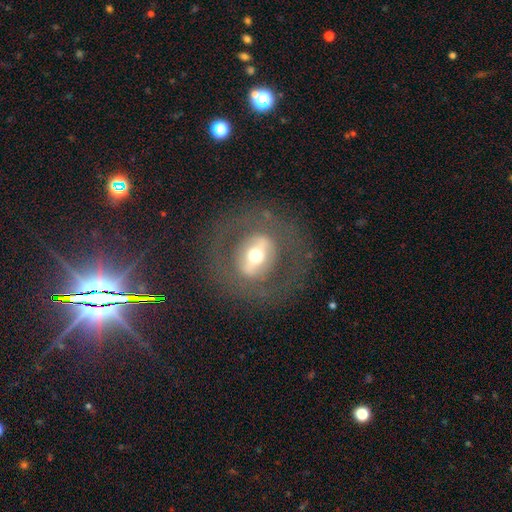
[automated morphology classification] Smooth or featured?
  - featured or disk: 62% *
  - smooth: 29%
  - star or artifact: 9%
Edge-on disk?
  - no: 88% *
  - yes: 12%
Bar?
  - strong: 49% *
  - weak: 27%
  - no: 23%
Spiral arms?
  - no: 79% *
  - yes: 21%
Bulge size?
  - moderate: 65% *
  - large: 17%
  - small: 14%
  - dominant: 3%
  - none: 1%
Merging?
  - none: 76% *
  - major disturbance: 11%
  - minor disturbance: 11%
  - merger: 1%